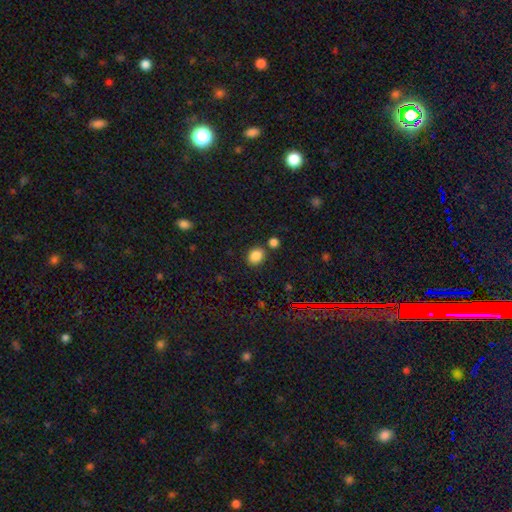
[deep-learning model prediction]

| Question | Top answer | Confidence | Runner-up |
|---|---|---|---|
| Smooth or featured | smooth | 85% | star or artifact (11%) |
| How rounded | round | 55% | in between (44%) |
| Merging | none | 78% | merger (10%) |